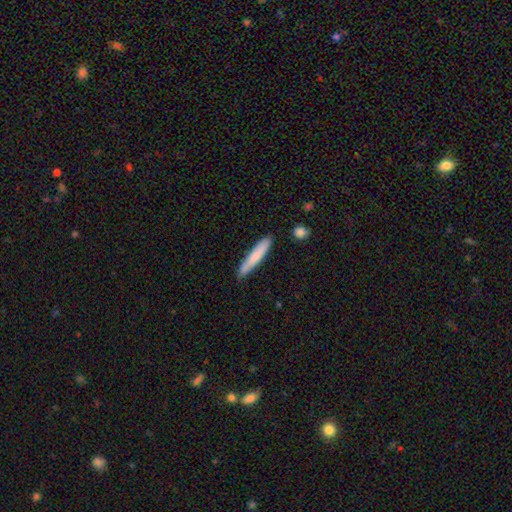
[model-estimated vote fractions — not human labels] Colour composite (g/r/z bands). It shows a smooth galaxy with no disk features (74%) that is cigar-shaped (92%). Merging: none (86%).